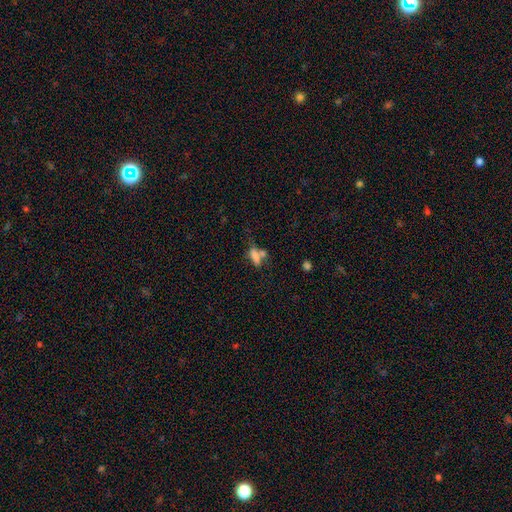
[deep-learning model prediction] The model was most divided on "merging": merger: 39%, none: 35%, minor disturbance: 15%, major disturbance: 11%. More confident: smooth or featured — smooth (68%); how rounded — in between (59%).